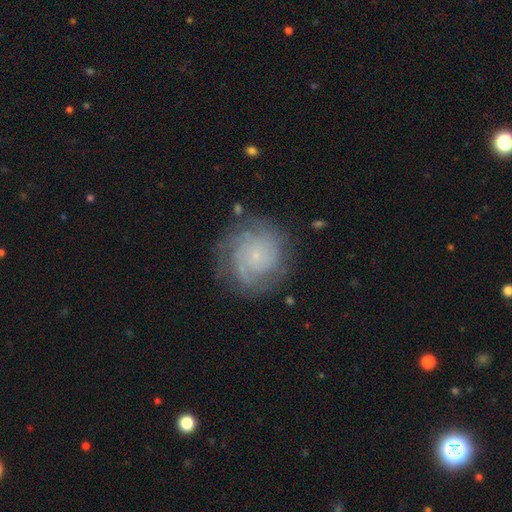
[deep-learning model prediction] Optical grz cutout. It shows a featured or disk galaxy (69%) with no bar (82%), tight (64%) spiral arms (90%) and a small central bulge (82%). Merging: none (72%).